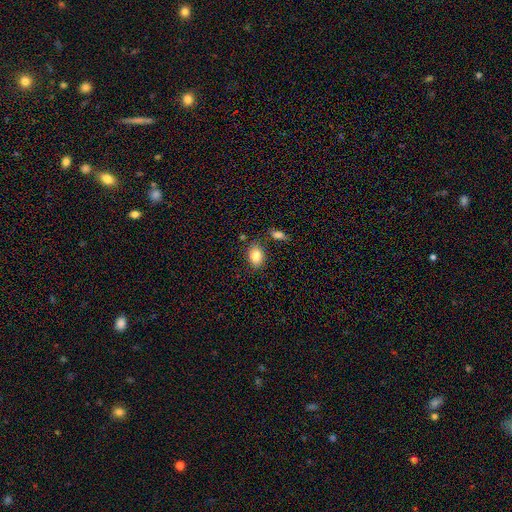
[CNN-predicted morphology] This is clearly a smooth galaxy (83%). How rounded: likely in between (76%). Merging: likely none (79%).